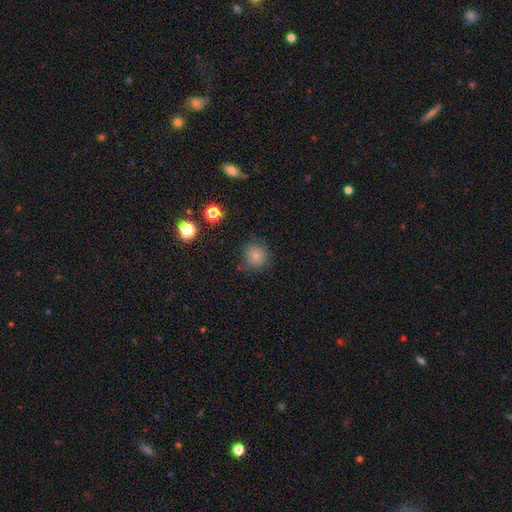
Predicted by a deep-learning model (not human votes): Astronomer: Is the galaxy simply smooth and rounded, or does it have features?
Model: smooth — 78%.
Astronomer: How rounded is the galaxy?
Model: round — 91%.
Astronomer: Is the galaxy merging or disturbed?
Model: none — 78%.